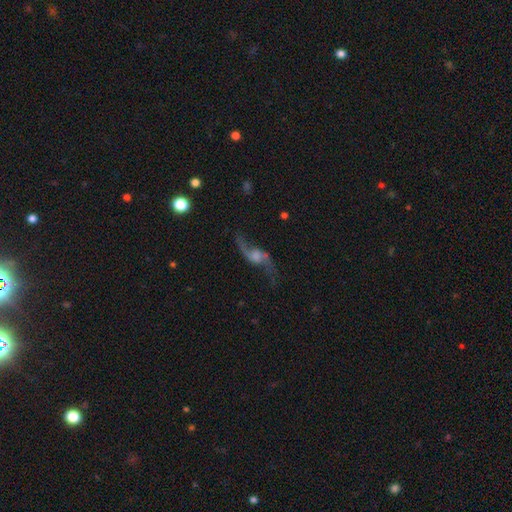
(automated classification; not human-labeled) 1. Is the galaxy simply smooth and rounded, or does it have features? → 85% featured or disk, 8% smooth, 8% star or artifact.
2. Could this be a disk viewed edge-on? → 88% no, 12% yes.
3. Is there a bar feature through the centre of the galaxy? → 57% no, 34% weak, 9% strong.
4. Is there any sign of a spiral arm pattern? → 95% yes, 5% no.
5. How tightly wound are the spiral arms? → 90% loose, 8% medium, 2% tight.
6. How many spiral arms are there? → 93% 2, 2% 1, 2% can't tell, 1% 3, 1% 4, 1% more than 4.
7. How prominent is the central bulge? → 33% moderate, 30% small, 21% none, 13% large, 3% dominant.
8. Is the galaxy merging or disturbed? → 73% none, 14% minor disturbance, 10% major disturbance, 3% merger.